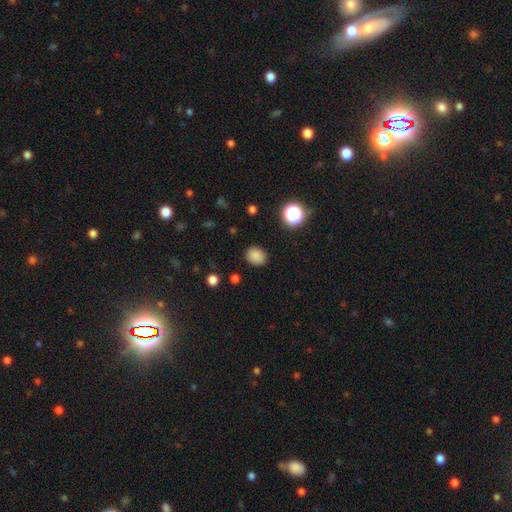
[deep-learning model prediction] Smooth or featured?
  - smooth: 83% *
  - star or artifact: 13%
  - featured or disk: 4%
How rounded?
  - round: 58% *
  - in between: 42%
  - cigar-shaped: 1%
Merging?
  - none: 86% *
  - minor disturbance: 9%
  - major disturbance: 3%
  - merger: 1%